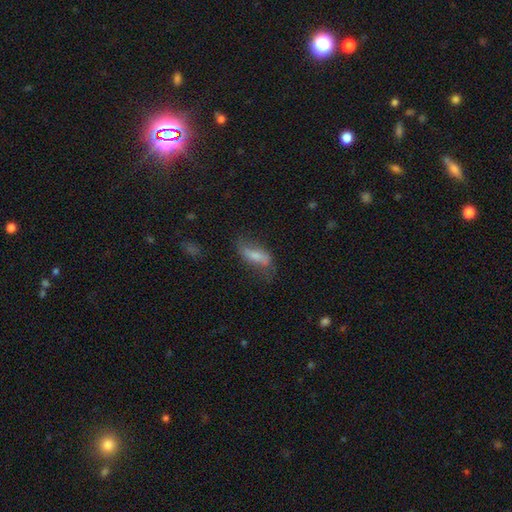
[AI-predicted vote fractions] Smooth or featured? Predicted: smooth (p=0.48). Merging? Predicted: none (p=0.57).